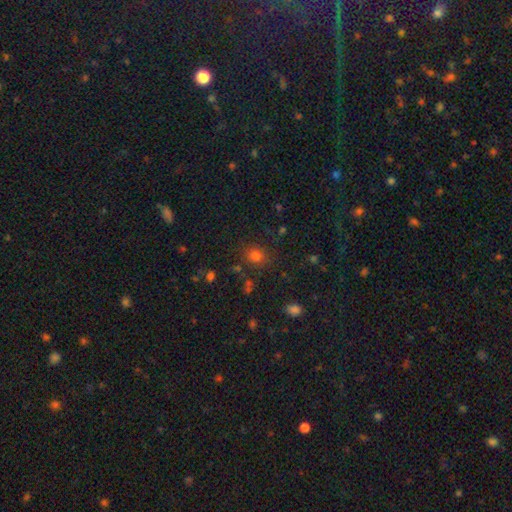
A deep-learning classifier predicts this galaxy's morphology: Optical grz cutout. It shows a smooth galaxy with no disk features (73%) that is round (71%). Merging: none (80%).